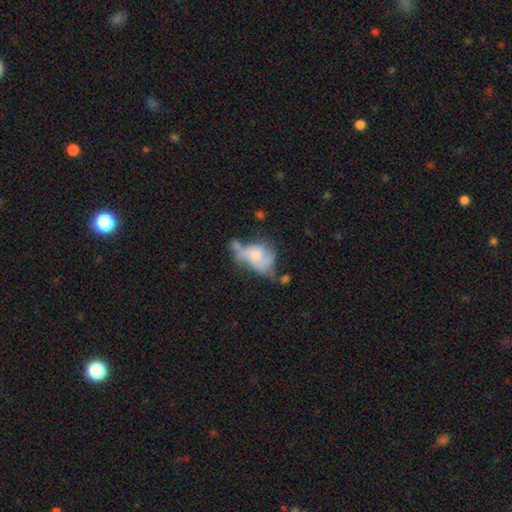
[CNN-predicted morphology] Q: Smooth or featured?
A: smooth (49%); runner-up: featured or disk (42%)
Q: Merging?
A: major disturbance (32%); runner-up: merger (27%)